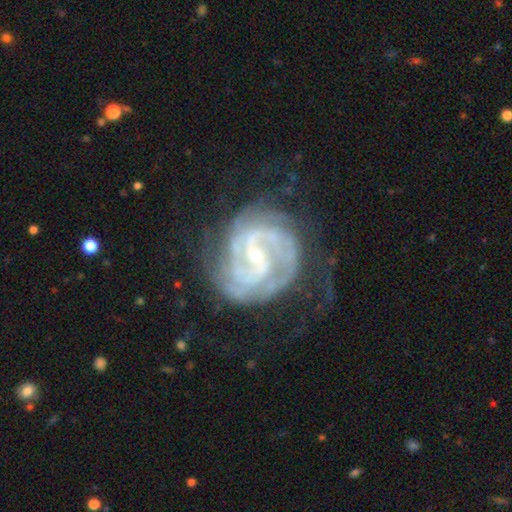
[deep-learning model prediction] Smooth or featured? featured or disk (91%)
Edge-on disk? no (98%)
Bar? weak (48%)
Spiral arms? yes (97%)
Spiral winding? tight (58%)
Spiral arm count? 2 (50%)
Bulge size? small (72%)
Merging? none (64%)